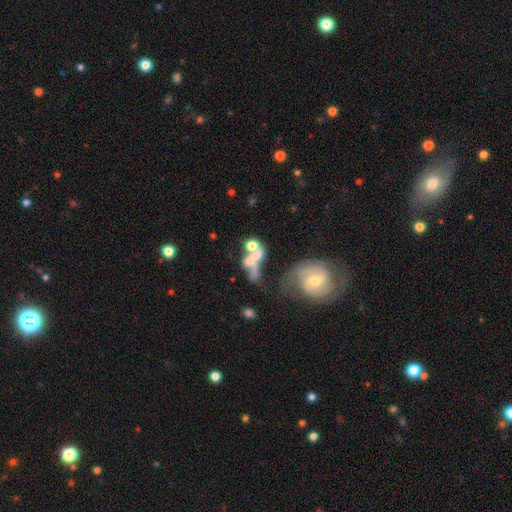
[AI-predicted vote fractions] Smooth or featured: featured or disk — 48% (smooth — 39%)
Merging: merger — 54% (major disturbance — 20%)